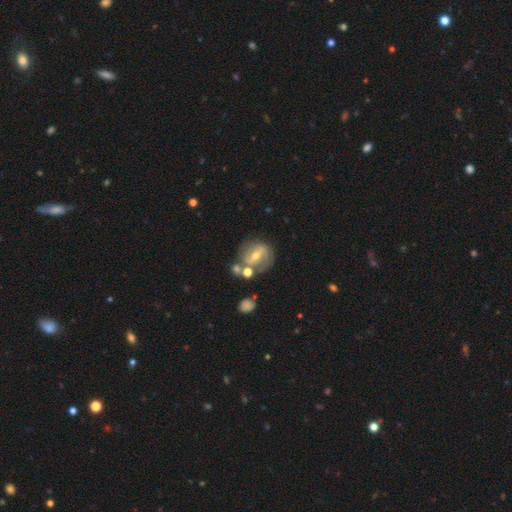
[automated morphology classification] Smooth or featured? featured or disk (66%)
Edge-on disk? no (96%)
Bar? weak (43%)
Spiral arms? yes (69%)
Bulge size? moderate (58%)
Merging? none (60%)